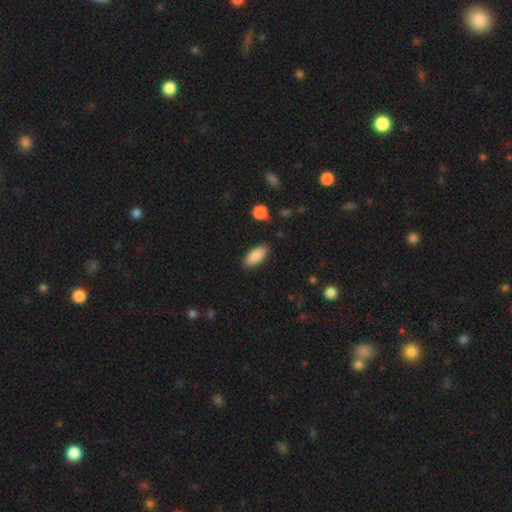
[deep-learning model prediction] Smooth or featured?
  - smooth: 87% *
  - featured or disk: 7%
  - star or artifact: 6%
How rounded?
  - in between: 88% *
  - cigar-shaped: 10%
  - round: 2%
Merging?
  - none: 85% *
  - minor disturbance: 11%
  - major disturbance: 3%
  - merger: 2%